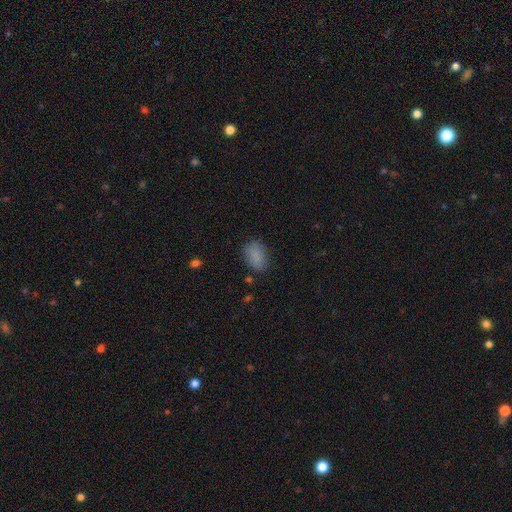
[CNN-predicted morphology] type=smooth (86%); roundness=in between (89%); merging=none (79%).